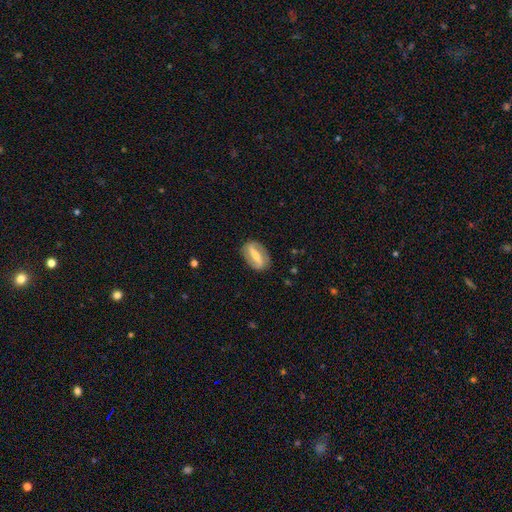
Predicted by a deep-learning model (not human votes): Smooth or featured?
  - featured or disk: 63% *
  - smooth: 31%
  - star or artifact: 6%
Edge-on disk?
  - no: 89% *
  - yes: 11%
Bar?
  - strong: 73% *
  - weak: 19%
  - no: 8%
Spiral arms?
  - yes: 59% *
  - no: 41%
Bulge size?
  - moderate: 39% *
  - small: 38%
  - none: 13%
  - large: 8%
  - dominant: 2%
Merging?
  - none: 82% *
  - minor disturbance: 12%
  - major disturbance: 4%
  - merger: 1%